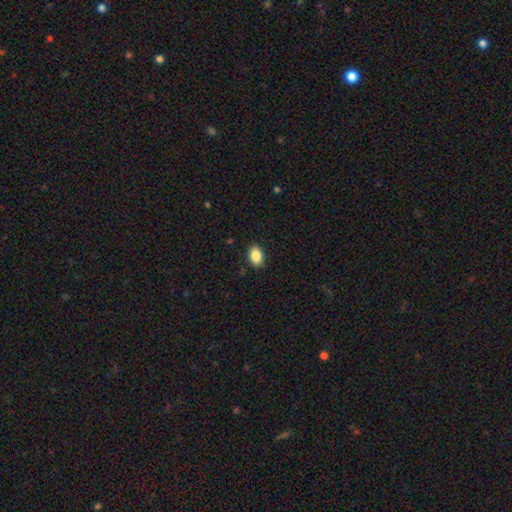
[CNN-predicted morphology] This is clearly a smooth galaxy (88%). How rounded: clearly in between (83%). Merging: clearly none (89%).